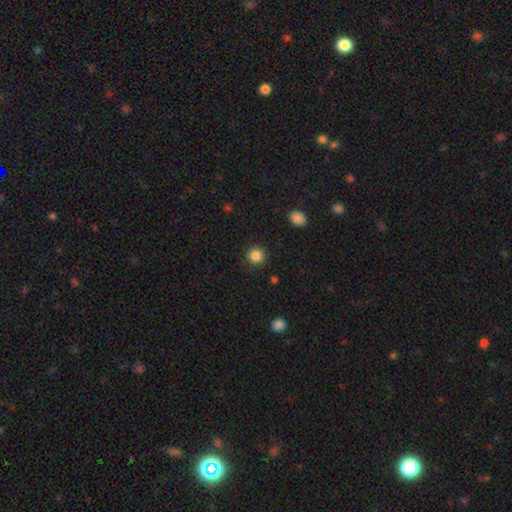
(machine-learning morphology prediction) Q: Smooth or featured?
A: smooth (85%); runner-up: star or artifact (11%)
Q: How rounded?
A: round (94%); runner-up: in between (5%)
Q: Merging?
A: none (90%); runner-up: minor disturbance (6%)